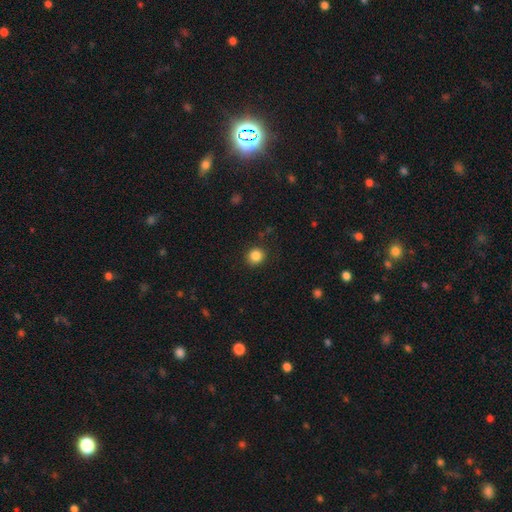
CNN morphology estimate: The model was most divided on "smooth or featured": smooth: 85%, star or artifact: 11%, featured or disk: 4%. More confident: merging — none (89%); how rounded — round (88%).